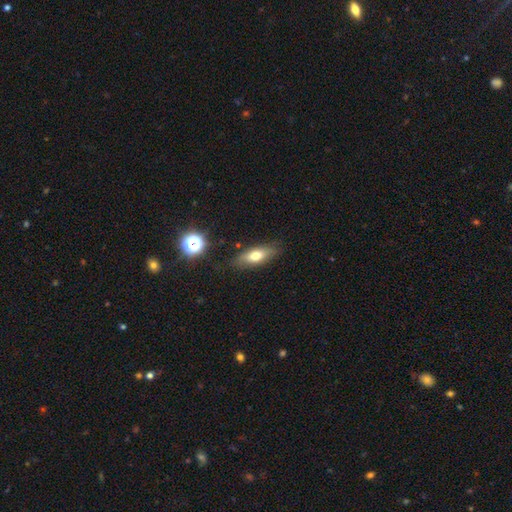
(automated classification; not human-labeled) Smooth or featured: smooth — 70% (featured or disk — 21%)
How rounded: in between — 70% (cigar-shaped — 24%)
Merging: none — 81% (minor disturbance — 14%)